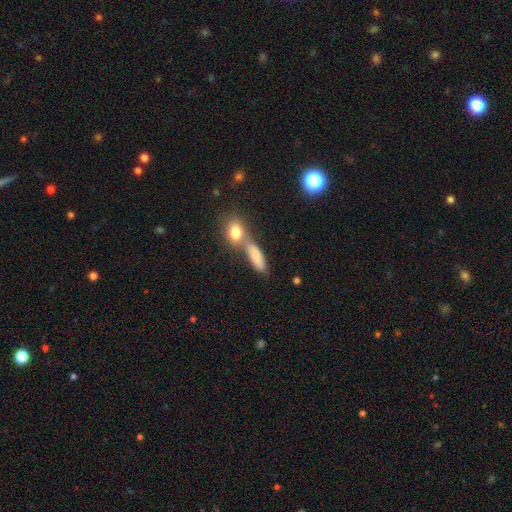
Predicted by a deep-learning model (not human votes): Smooth or featured: smooth — 77% (featured or disk — 14%)
How rounded: in between — 65% (cigar-shaped — 29%)
Merging: merger — 51% (none — 35%)